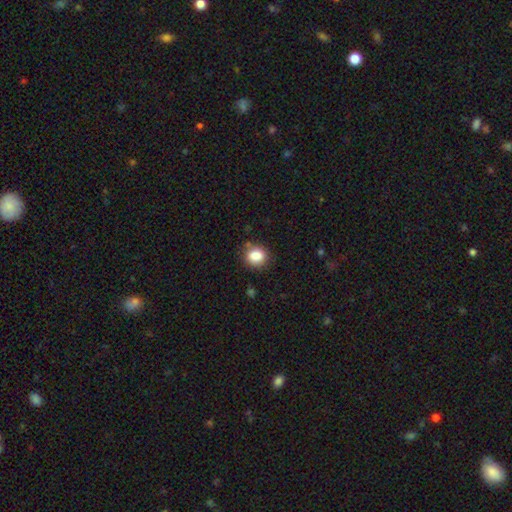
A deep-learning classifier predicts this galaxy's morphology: Smooth or featured: smooth — 86% (star or artifact — 9%)
How rounded: round — 66% (in between — 33%)
Merging: none — 80% (minor disturbance — 14%)